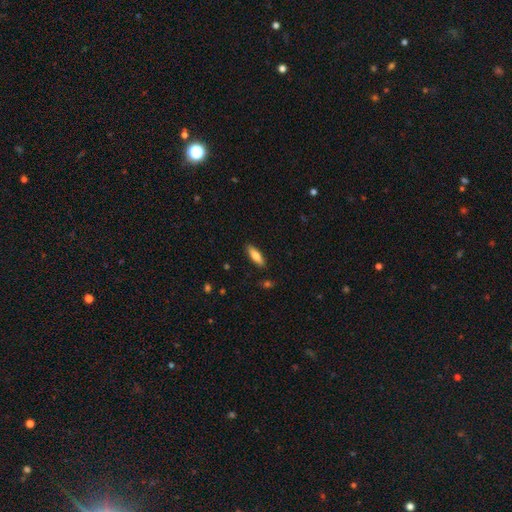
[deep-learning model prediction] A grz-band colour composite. It shows a smooth galaxy with no disk features (77%) that is in between round and cigar-shaped (50%). Merging: none (88%).